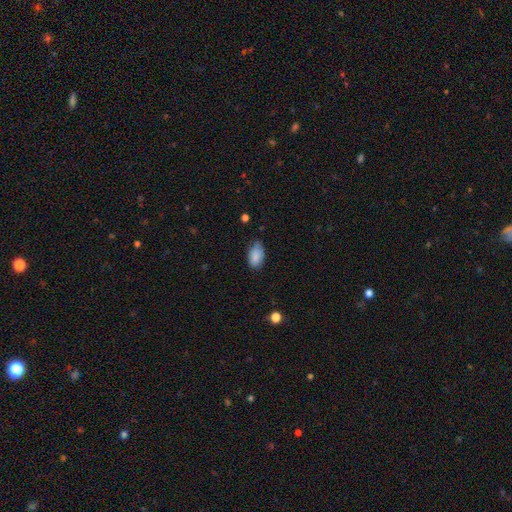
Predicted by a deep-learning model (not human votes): Smooth or featured? Predicted: smooth (p=0.86). How rounded? Predicted: in between (p=0.92). Merging? Predicted: none (p=0.63).